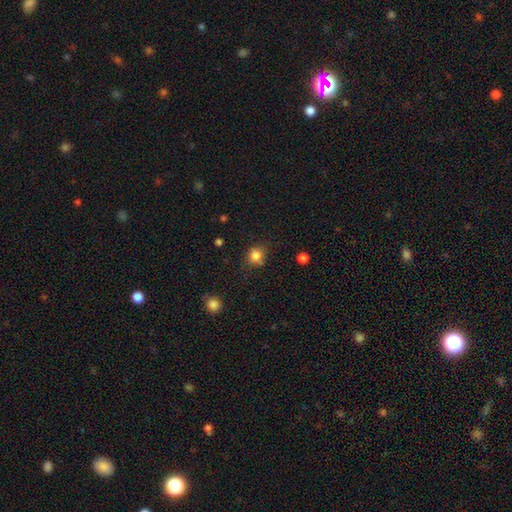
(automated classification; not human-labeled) Overall: smooth (82%). How rounded: round (78%). Merging: none (71%).